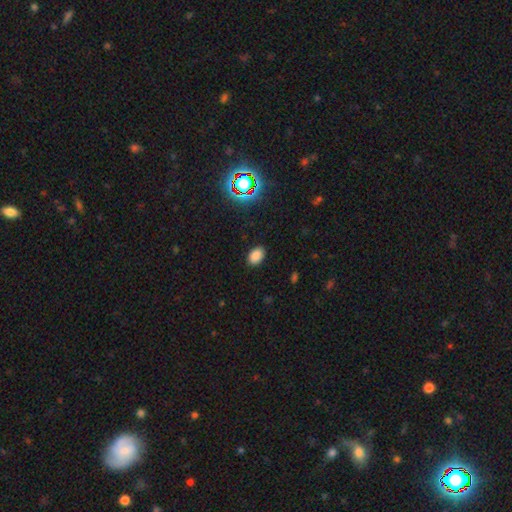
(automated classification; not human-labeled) The model was most divided on "how rounded": in between: 83%, round: 16%, cigar-shaped: 1%. More confident: merging — none (88%); smooth or featured — smooth (82%).